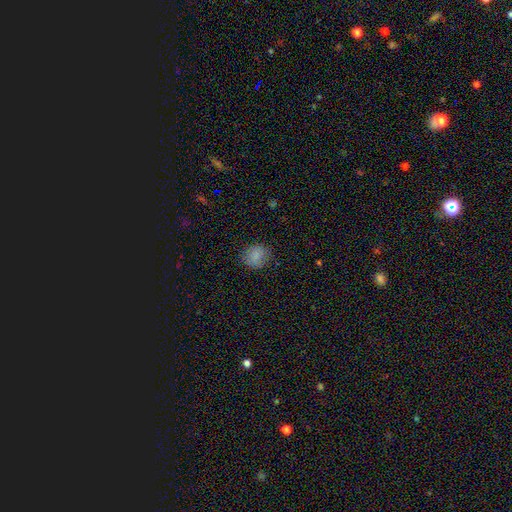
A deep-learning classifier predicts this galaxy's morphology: smooth_or_featured: smooth (p=0.84) [alt: star or artifact p=0.10]
how_rounded: round (p=0.78) [alt: in between p=0.21]
merging: none (p=0.81) [alt: minor disturbance p=0.14]